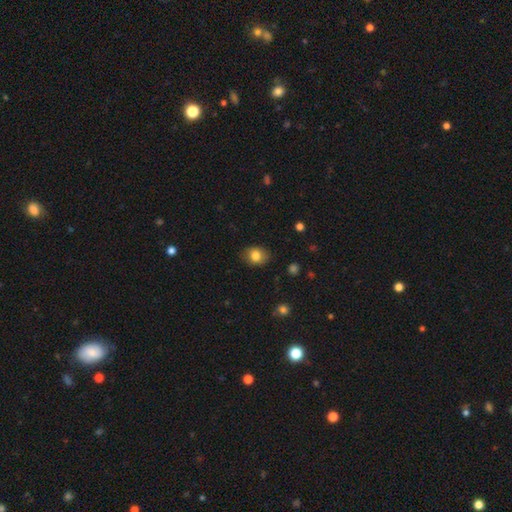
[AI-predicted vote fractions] Smooth or featured?
  - smooth: 81% *
  - featured or disk: 10%
  - star or artifact: 9%
How rounded?
  - in between: 56% *
  - round: 43%
  - cigar-shaped: 1%
Merging?
  - none: 82% *
  - minor disturbance: 14%
  - major disturbance: 3%
  - merger: 1%